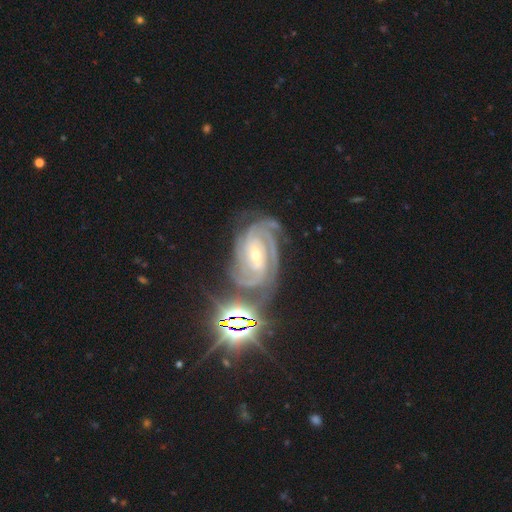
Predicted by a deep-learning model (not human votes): A featured or disk galaxy (87%) with a weak bar (39%), 3 (36%) tight (73%) spiral arms (98%) and a small central bulge (59%). Merging: none (65%).